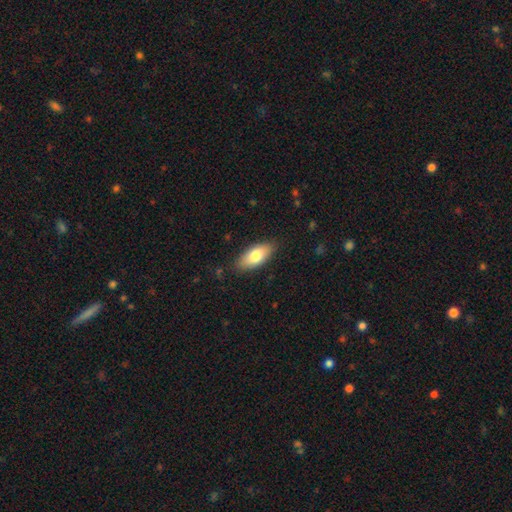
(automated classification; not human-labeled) smooth 77%, featured or disk 17%, star or artifact 6%. Down the decision tree: how rounded — in between (85%); merging — none (84%).